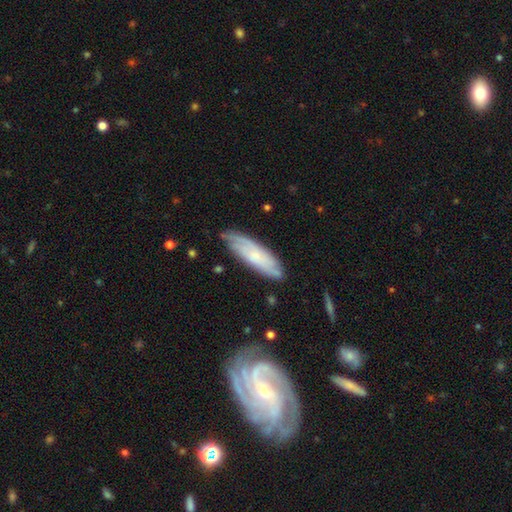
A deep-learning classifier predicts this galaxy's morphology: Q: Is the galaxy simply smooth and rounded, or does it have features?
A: featured or disk — 51%.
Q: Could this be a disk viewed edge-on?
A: no — 75%.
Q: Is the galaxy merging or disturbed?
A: none — 72%.